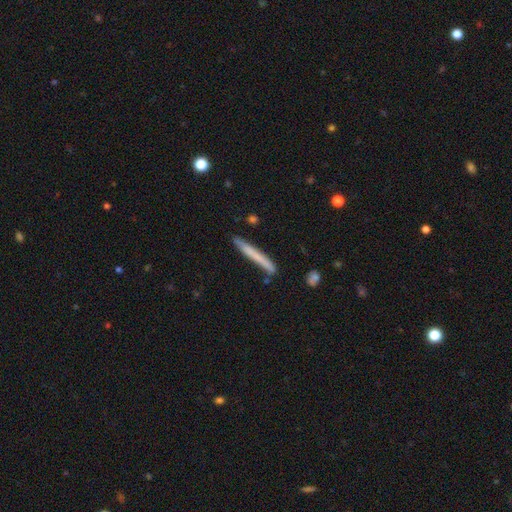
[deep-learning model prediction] smooth 63%, featured or disk 31%, star or artifact 6%. Down the decision tree: how rounded — cigar-shaped (96%); merging — none (80%).